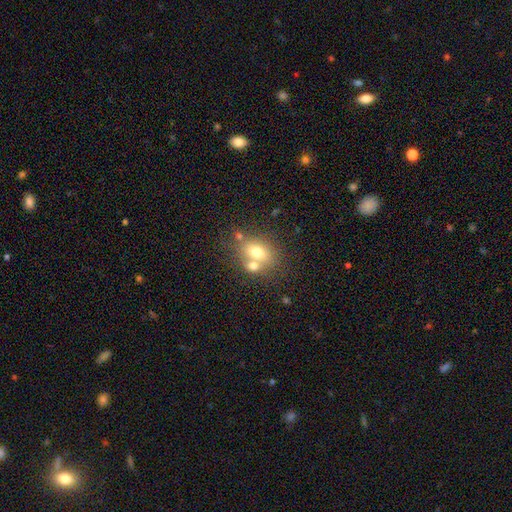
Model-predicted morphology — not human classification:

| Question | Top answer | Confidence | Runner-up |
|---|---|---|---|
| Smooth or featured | smooth | 67% | featured or disk (20%) |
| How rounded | in between | 59% | round (39%) |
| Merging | none | 51% | merger (33%) |